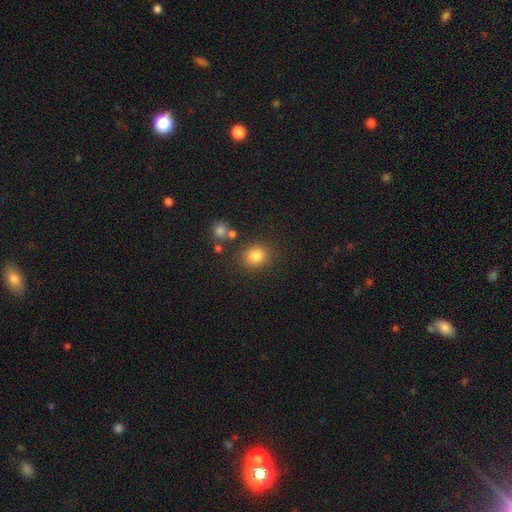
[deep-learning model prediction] smooth_or_featured: smooth (p=0.82) [alt: star or artifact p=0.12]
how_rounded: round (p=0.76) [alt: in between p=0.23]
merging: none (p=0.82) [alt: minor disturbance p=0.10]